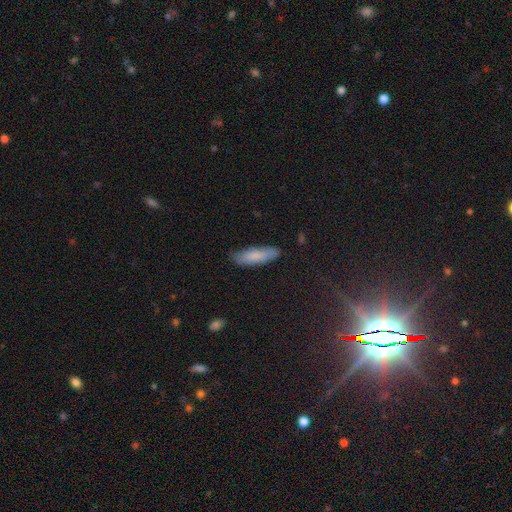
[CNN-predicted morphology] This appears to be a smooth galaxy with no disk features (81%) that is cigar-shaped (56%). Merging: none (82%).